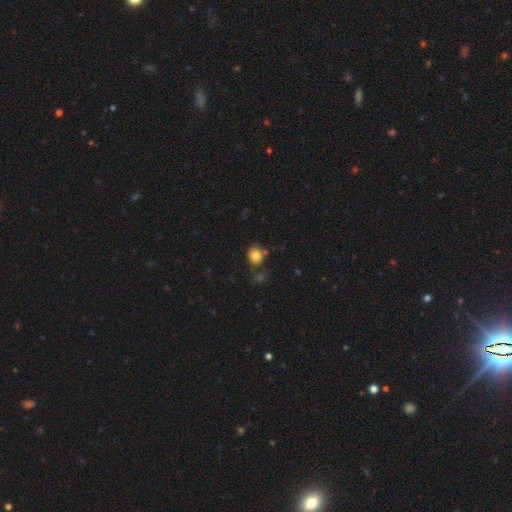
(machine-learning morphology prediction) Overall: smooth (81%). How rounded: round (73%). Merging: none (73%).